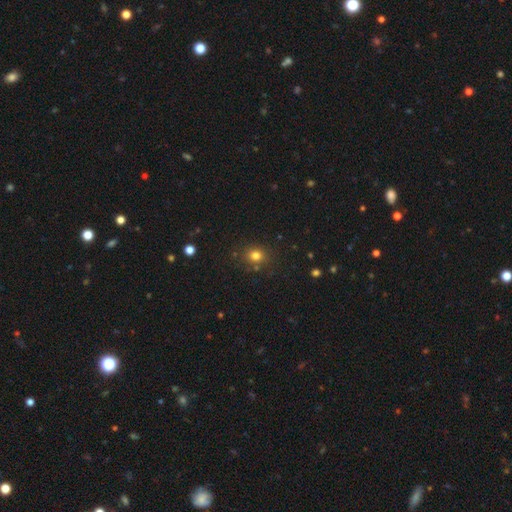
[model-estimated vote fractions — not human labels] smooth 78%, star or artifact 15%, featured or disk 7%. Down the decision tree: how rounded — round (71%); merging — none (82%).